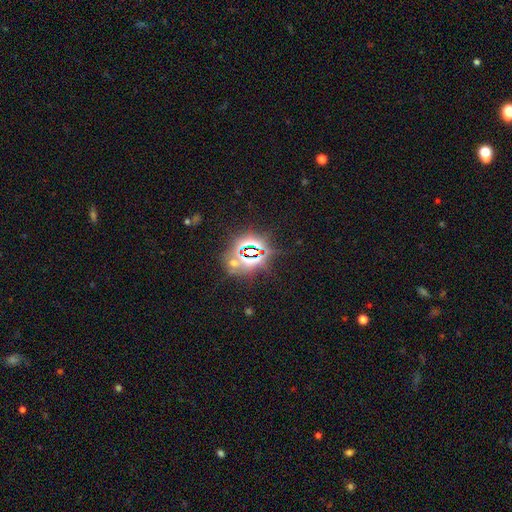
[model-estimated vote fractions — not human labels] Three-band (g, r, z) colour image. It shows a star or artifact, not a galaxy (81%).